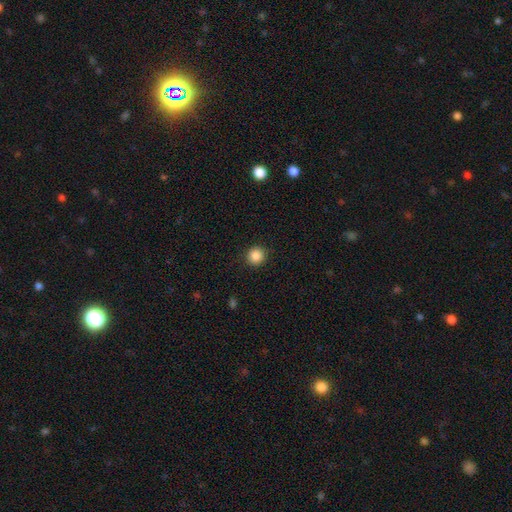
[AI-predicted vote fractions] Smooth or featured? Predicted: smooth (p=0.87). How rounded? Predicted: round (p=0.92). Merging? Predicted: none (p=0.91).